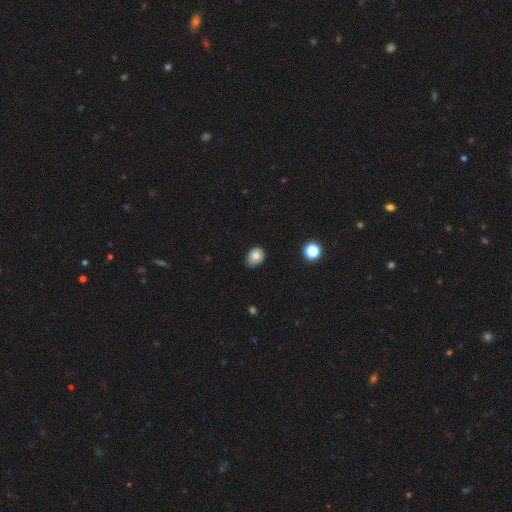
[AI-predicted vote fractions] smooth_or_featured: smooth (p=0.77) [alt: featured or disk p=0.12]
how_rounded: in between (p=0.58) [alt: round p=0.41]
merging: none (p=0.71) [alt: minor disturbance p=0.24]